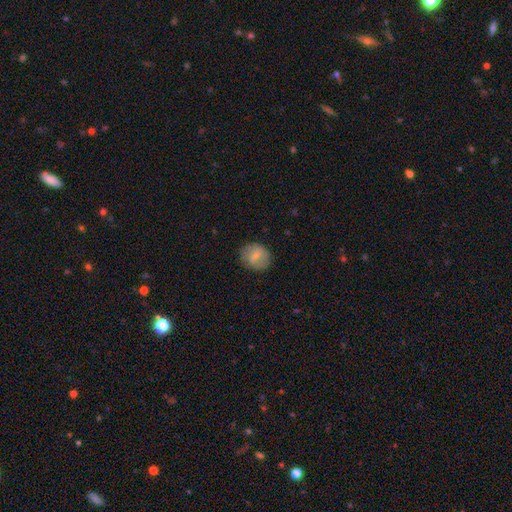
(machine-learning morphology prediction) Smooth or featured? Predicted: smooth (p=0.58). How rounded? Predicted: round (p=0.68). Merging? Predicted: none (p=0.76).